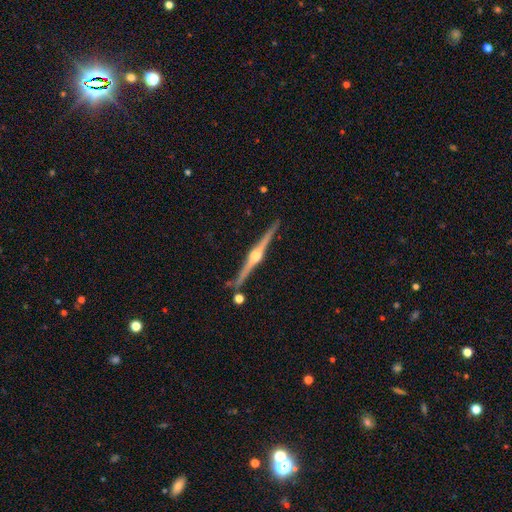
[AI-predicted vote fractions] Smooth or featured? Predicted: featured or disk (p=0.87). Edge-on disk? Predicted: yes (p=0.99). Edge-on bulge? Predicted: rounded (p=0.94). Merging? Predicted: none (p=0.87).